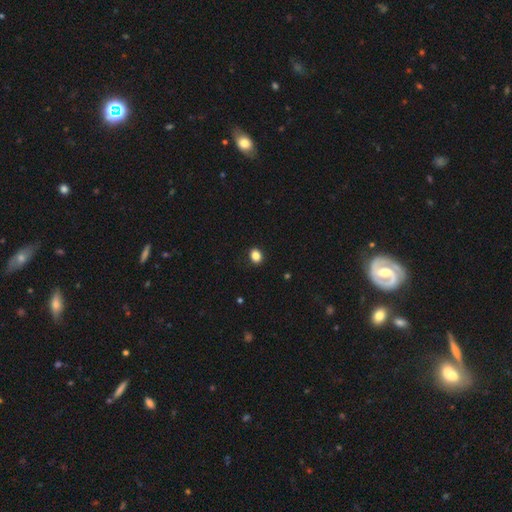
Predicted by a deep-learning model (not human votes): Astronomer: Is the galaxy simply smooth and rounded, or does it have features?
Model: smooth — 86%.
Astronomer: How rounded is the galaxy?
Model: in between — 53% (runner-up: round, 46%).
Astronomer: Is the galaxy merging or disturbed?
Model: none — 90%.